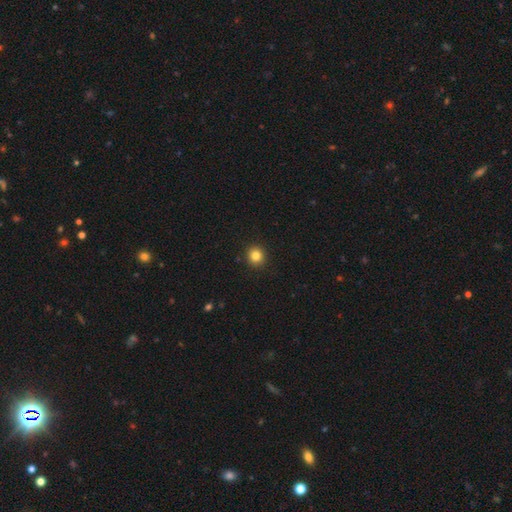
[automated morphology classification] A smooth galaxy with no disk features (83%) that is round (93%).

Vote fractions:
- Smooth or featured? smooth: 83% / star or artifact: 12% / featured or disk: 5%
- How rounded? round: 93% / in between: 6% / cigar-shaped: 1%
- Merging? none: 93% / minor disturbance: 5% / major disturbance: 2% / merger: 1%